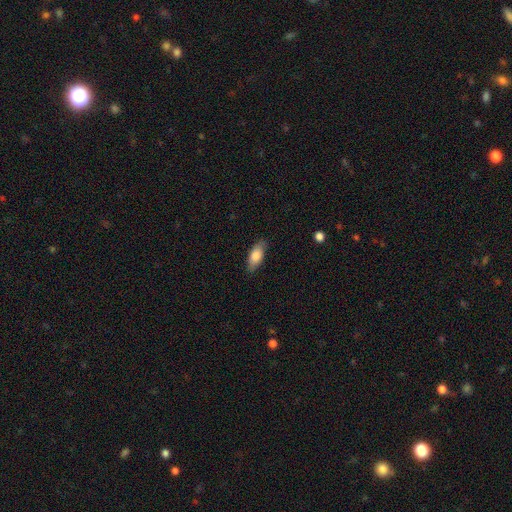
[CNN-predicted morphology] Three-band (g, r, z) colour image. It shows a smooth galaxy with no disk features (79%) that is in between round and cigar-shaped (80%). Merging: none (82%).